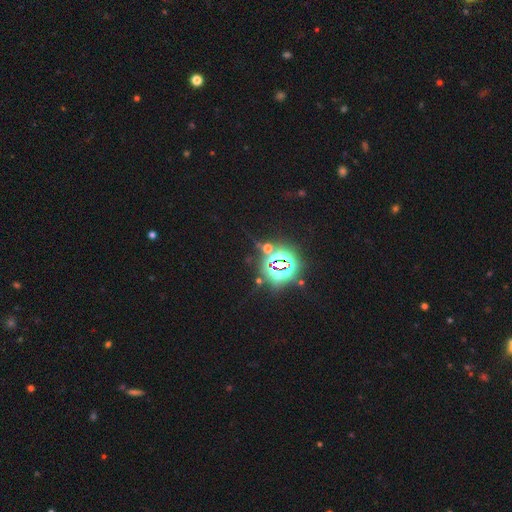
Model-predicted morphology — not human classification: Smooth or featured?
  - star or artifact: 86% *
  - smooth: 9%
  - featured or disk: 6%